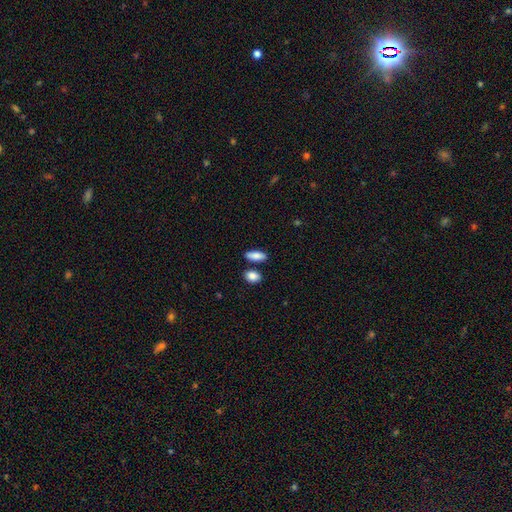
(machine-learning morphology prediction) Q: Smooth or featured?
A: smooth (86%); runner-up: featured or disk (8%)
Q: How rounded?
A: in between (76%); runner-up: cigar-shaped (20%)
Q: Merging?
A: none (77%); runner-up: minor disturbance (11%)